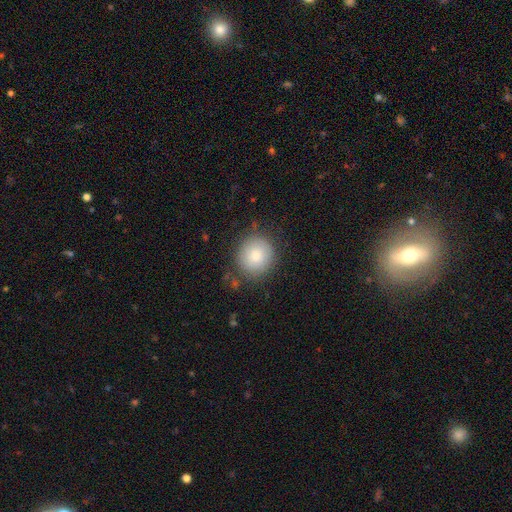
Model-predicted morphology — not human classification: Smooth or featured: smooth — 80% (featured or disk — 12%)
How rounded: round — 91% (in between — 9%)
Merging: none — 81% (minor disturbance — 13%)